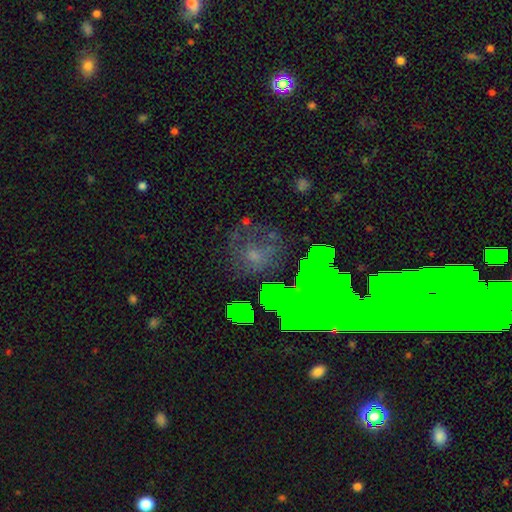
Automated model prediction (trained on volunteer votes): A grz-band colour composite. It shows a star or artifact, not a galaxy (44%).